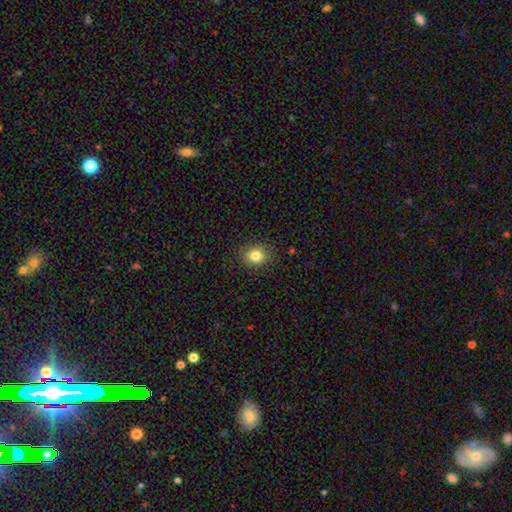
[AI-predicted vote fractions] Overall: smooth (83%). How rounded: round (64%; in between 35%). Merging: none (87%).